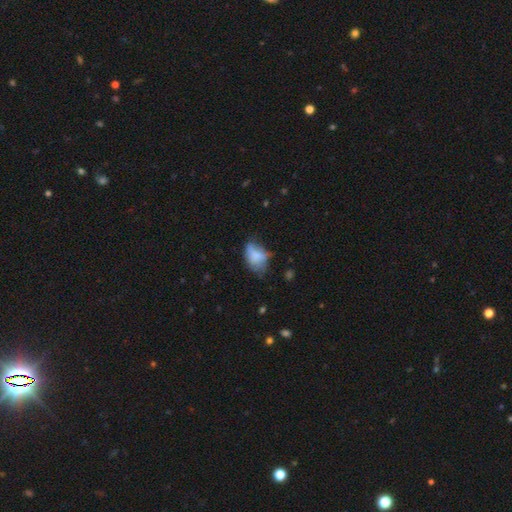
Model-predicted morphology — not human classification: A smooth galaxy with no disk features (70%) that is in between round and cigar-shaped (82%). Merging: minor disturbance (38%).